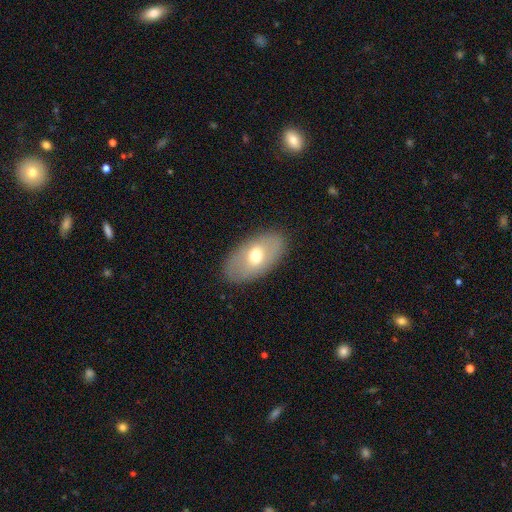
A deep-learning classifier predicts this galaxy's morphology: A smooth galaxy with no disk features (58%) that is in between round and cigar-shaped (91%).

Vote fractions:
- Smooth or featured? smooth: 58% / featured or disk: 34% / star or artifact: 8%
- How rounded? in between: 91% / round: 7% / cigar-shaped: 2%
- Merging? none: 86% / minor disturbance: 10% / major disturbance: 3% / merger: 1%